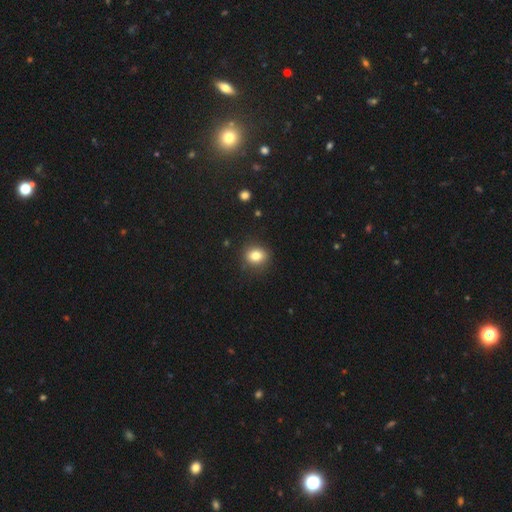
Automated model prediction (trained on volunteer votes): The model was most divided on "how rounded": round: 64%, in between: 35%, cigar-shaped: 1%. More confident: merging — none (86%); smooth or featured — smooth (82%).